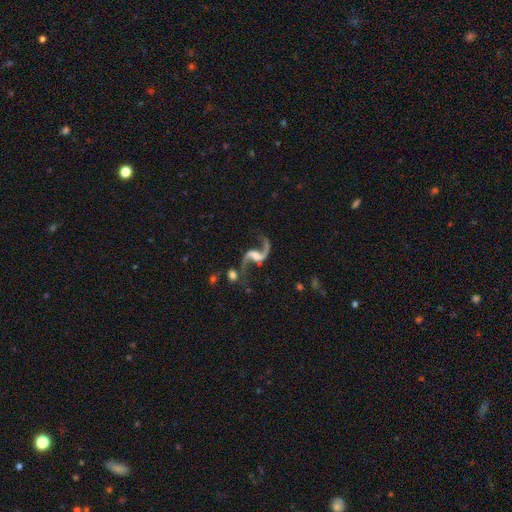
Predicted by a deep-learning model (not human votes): A featured or disk galaxy (90%) with a weak bar (42%), 2 (93%) loose (87%) spiral arms (97%) and a small central bulge (39%).

Vote fractions:
- Smooth or featured? featured or disk: 90% / star or artifact: 6% / smooth: 4%
- Edge-on disk? no: 97% / yes: 3%
- Bar? weak: 42% / no: 32% / strong: 26%
- Spiral arms? yes: 97% / no: 3%
- Spiral winding? loose: 87% / medium: 10% / tight: 2%
- Spiral arm count? 2: 93% / 1: 3% / can't tell: 1% / 3: 1% / 4: 1% / more than 4: 1%
- Bulge size? small: 39% / moderate: 36% / none: 15% / large: 8% / dominant: 2%
- Merging? none: 63% / minor disturbance: 14% / major disturbance: 13% / merger: 9%